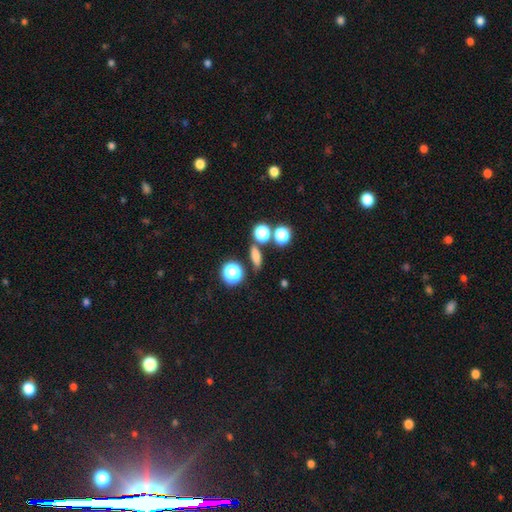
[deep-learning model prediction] smooth_or_featured: smooth (p=0.70) [alt: star or artifact p=0.19]
how_rounded: in between (p=0.49) [alt: round p=0.27]
merging: none (p=0.76) [alt: minor disturbance p=0.11]